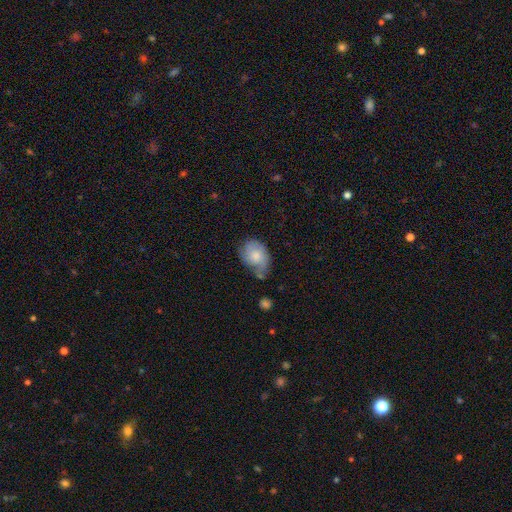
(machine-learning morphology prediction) type=smooth (60%); roundness=in between (71%); merging=none (41%).